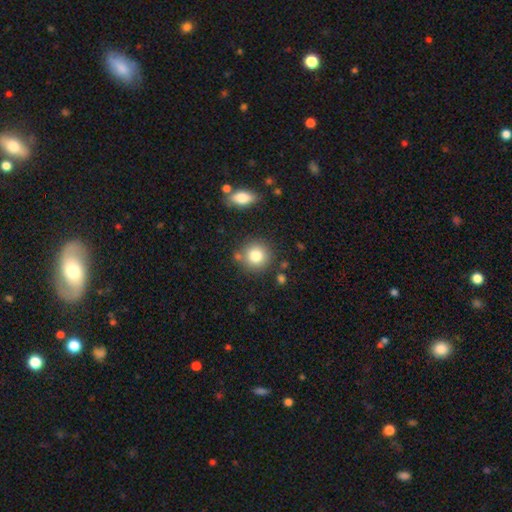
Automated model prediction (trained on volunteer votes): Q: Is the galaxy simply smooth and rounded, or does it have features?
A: smooth — 81%.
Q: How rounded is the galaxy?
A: round — 91%.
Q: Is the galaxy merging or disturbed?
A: none — 79%.